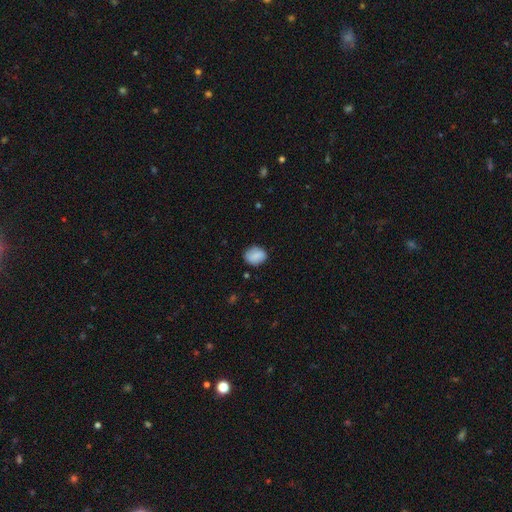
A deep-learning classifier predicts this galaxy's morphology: This appears to be a smooth galaxy with no disk features (81%) that is round (52%). Merging: none (77%).